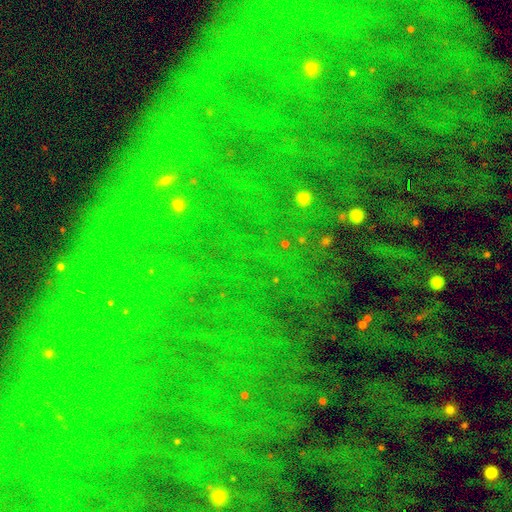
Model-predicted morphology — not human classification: Smooth or featured? star or artifact (85%)